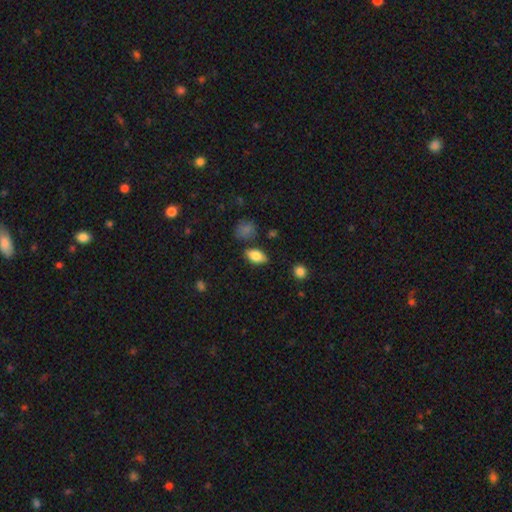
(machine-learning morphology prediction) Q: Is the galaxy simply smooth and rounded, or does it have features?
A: smooth — 75%.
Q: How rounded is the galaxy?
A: in between — 86%.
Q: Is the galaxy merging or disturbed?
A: none — 79%.